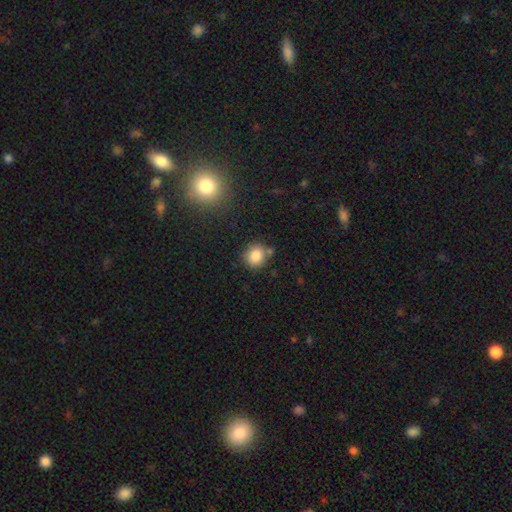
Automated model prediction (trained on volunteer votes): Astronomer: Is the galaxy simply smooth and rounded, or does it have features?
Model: smooth — 84%.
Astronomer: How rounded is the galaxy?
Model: round — 82%.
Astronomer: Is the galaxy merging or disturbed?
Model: none — 73%.